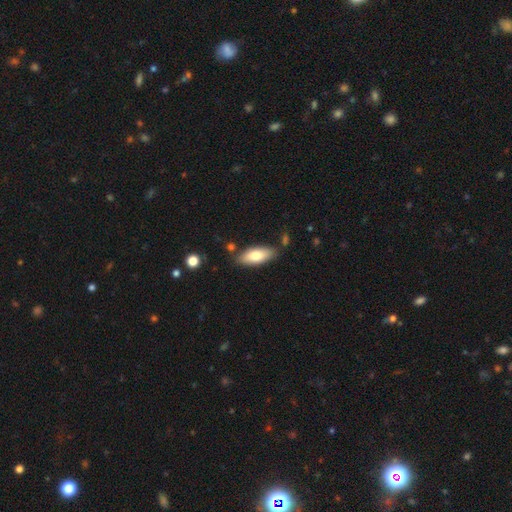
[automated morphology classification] smooth_or_featured: smooth (p=0.76) [alt: featured or disk p=0.18]
how_rounded: in between (p=0.79) [alt: cigar-shaped p=0.19]
merging: none (p=0.80) [alt: minor disturbance p=0.13]